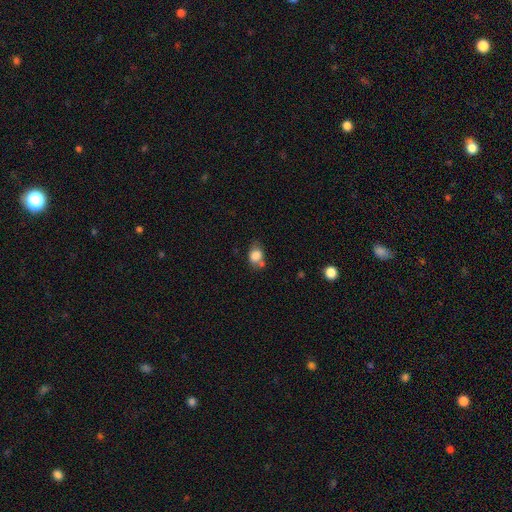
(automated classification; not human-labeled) Morphology: type=smooth (82%); roundness=in between (60%); merging=none (47%).